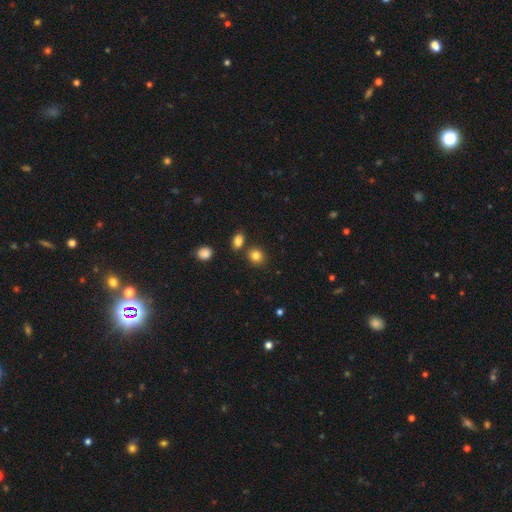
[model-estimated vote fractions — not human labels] This appears to be a smooth galaxy with no disk features (83%) that is round (81%). Merging: none (80%).